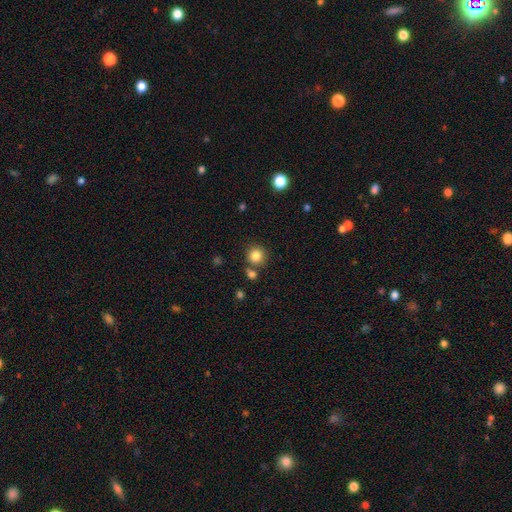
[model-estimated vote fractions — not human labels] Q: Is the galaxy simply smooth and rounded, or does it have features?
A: smooth — 84%.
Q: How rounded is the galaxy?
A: round — 92%.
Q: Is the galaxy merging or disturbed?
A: none — 76%.